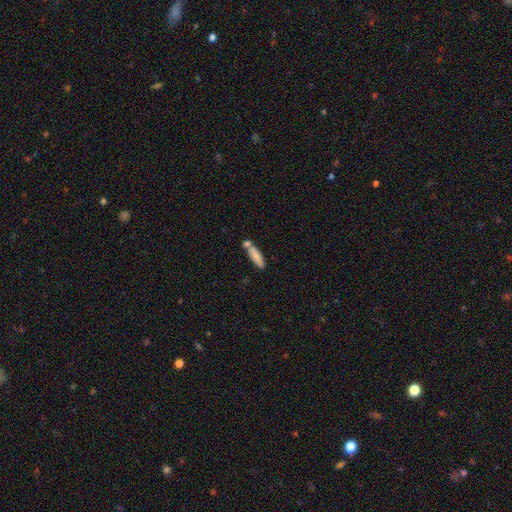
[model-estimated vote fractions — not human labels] smooth-or-featured: smooth: 80% | featured or disk: 13% | star or artifact: 7%
  how-rounded: cigar-shaped: 64% | in between: 34% | round: 2%
  merging: none: 54% | merger: 28% | minor disturbance: 14% | major disturbance: 4%